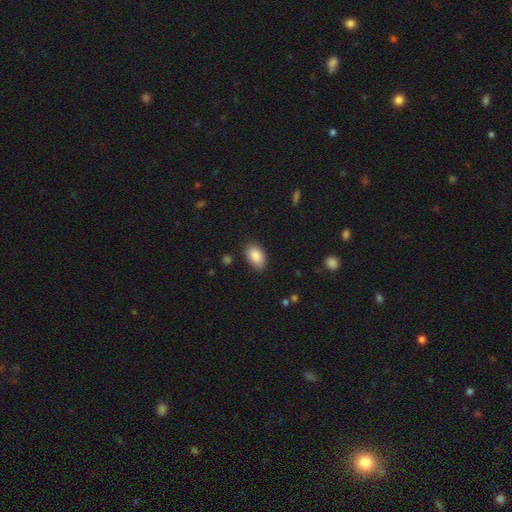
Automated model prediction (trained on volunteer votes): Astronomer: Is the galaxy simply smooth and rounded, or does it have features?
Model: smooth — 88%.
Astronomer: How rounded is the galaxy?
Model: in between — 92%.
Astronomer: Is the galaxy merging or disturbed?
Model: none — 79%.